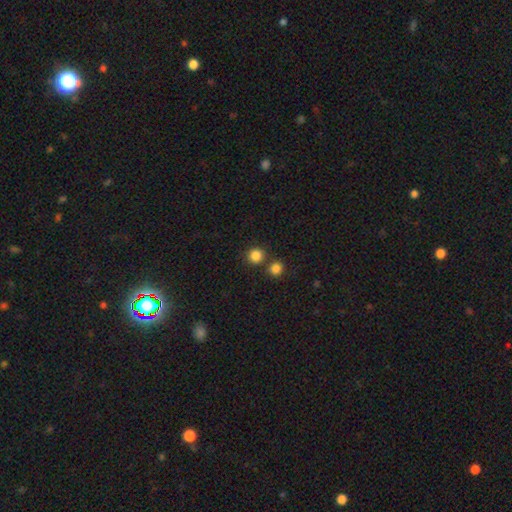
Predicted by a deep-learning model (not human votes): smooth-or-featured: smooth: 84% | star or artifact: 12% | featured or disk: 4%
  how-rounded: round: 92% | in between: 7% | cigar-shaped: 1%
  merging: none: 75% | merger: 16% | minor disturbance: 7% | major disturbance: 3%